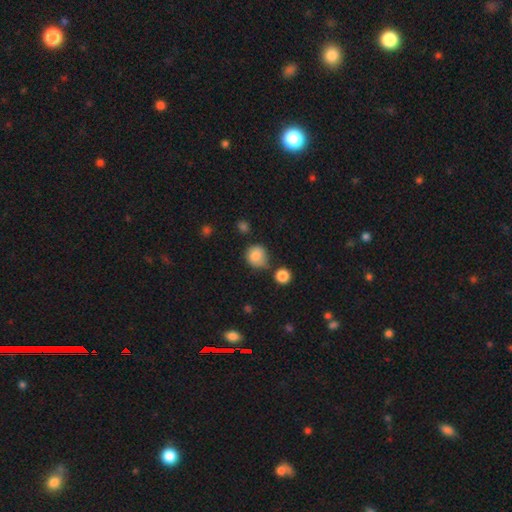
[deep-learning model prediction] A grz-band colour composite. It shows a smooth galaxy with no disk features (83%) that is round (86%). Merging: none (66%).